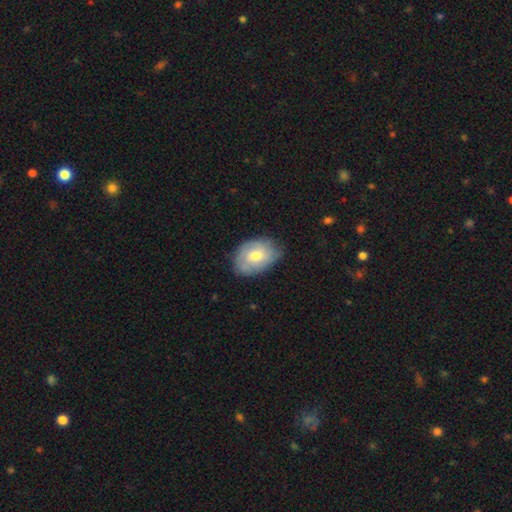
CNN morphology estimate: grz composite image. It shows a smooth galaxy with no disk features (60%) that is in between round and cigar-shaped (83%). Merging: none (69%).